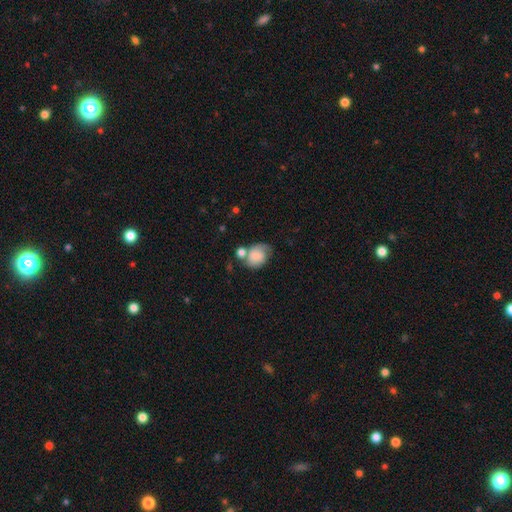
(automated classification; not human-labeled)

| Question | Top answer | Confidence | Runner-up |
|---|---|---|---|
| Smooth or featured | smooth | 67% | featured or disk (24%) |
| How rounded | in between | 53% | round (46%) |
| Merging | none | 35% | minor disturbance (26%) |